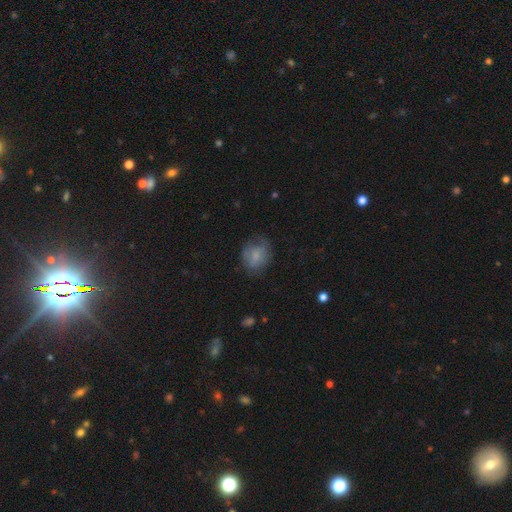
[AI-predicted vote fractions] A smooth galaxy with no disk features (73%) that is round (63%).

Vote fractions:
- Smooth or featured? smooth: 73% / featured or disk: 19% / star or artifact: 9%
- How rounded? round: 63% / in between: 36% / cigar-shaped: 1%
- Merging? none: 60% / minor disturbance: 27% / major disturbance: 12% / merger: 1%